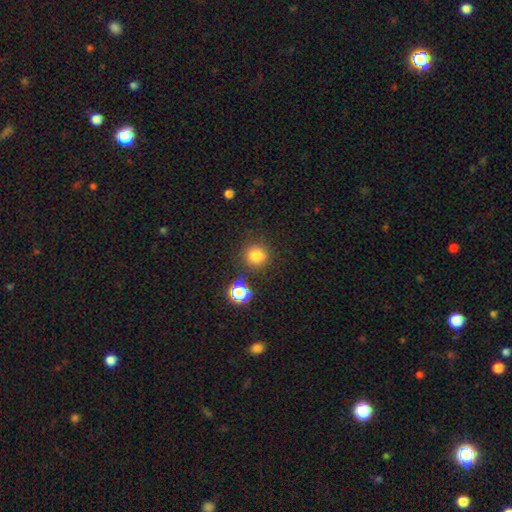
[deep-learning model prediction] The model was most divided on "smooth or featured": smooth: 77%, star or artifact: 17%, featured or disk: 6%. More confident: how rounded — round (91%); merging — none (81%).